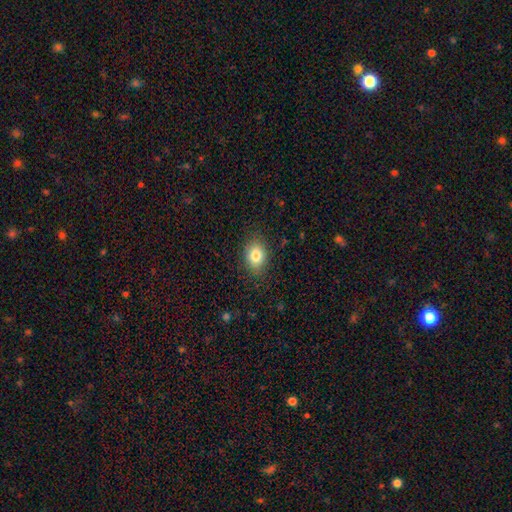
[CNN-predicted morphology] This appears to be a smooth galaxy with no disk features (82%) that is in between round and cigar-shaped (66%). Merging: none (85%).